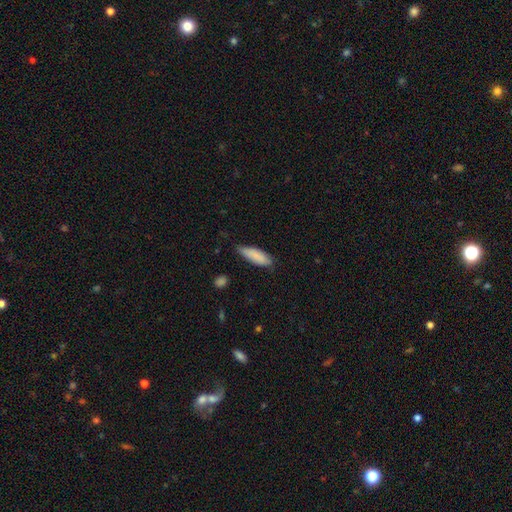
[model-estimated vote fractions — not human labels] Smooth or featured? smooth (85%)
How rounded? in between (55%)
Merging? none (69%)